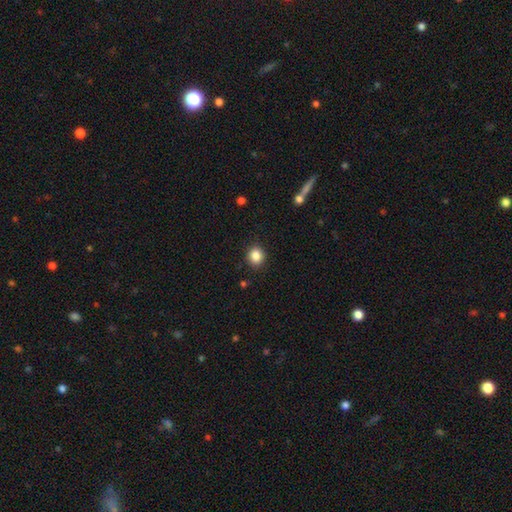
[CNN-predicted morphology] Q: Smooth or featured?
A: smooth (85%); runner-up: star or artifact (10%)
Q: How rounded?
A: round (81%); runner-up: in between (18%)
Q: Merging?
A: none (89%); runner-up: minor disturbance (7%)